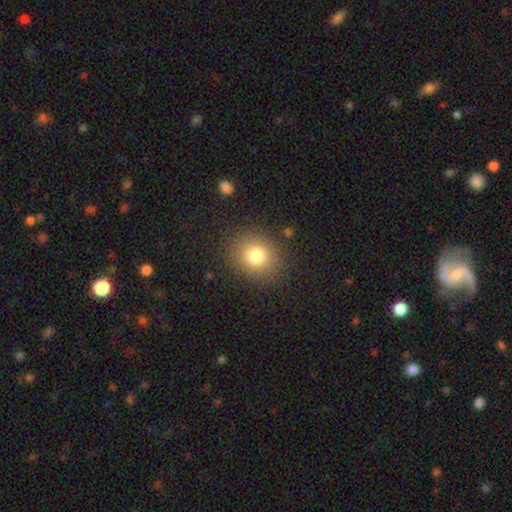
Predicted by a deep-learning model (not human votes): Smooth or featured: smooth — 79% (star or artifact — 13%)
How rounded: round — 71% (in between — 28%)
Merging: none — 87% (minor disturbance — 8%)